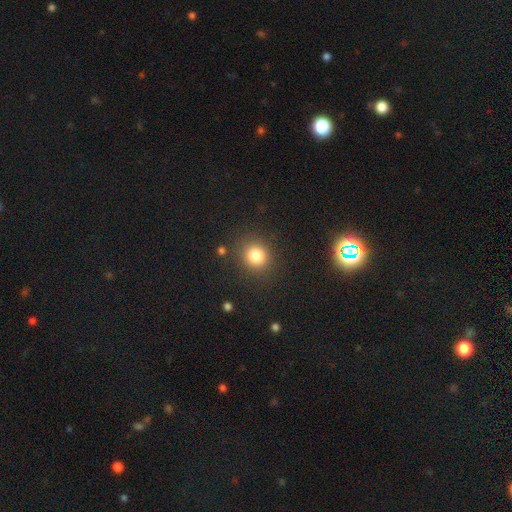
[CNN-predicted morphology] Smooth or featured? smooth (82%)
How rounded? round (84%)
Merging? none (86%)